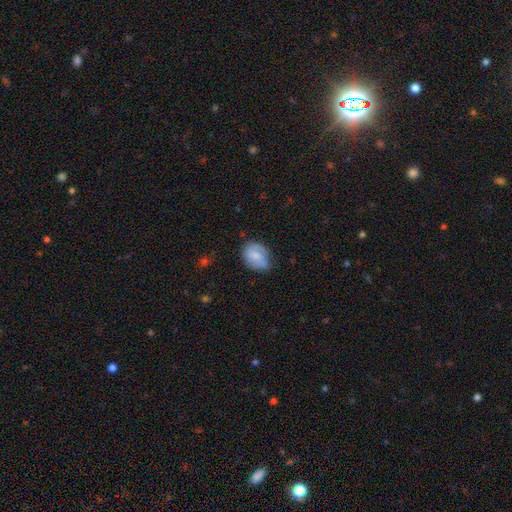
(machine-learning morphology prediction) The model was most divided on "merging": none: 62%, minor disturbance: 29%, major disturbance: 8%, merger: 2%. More confident: how rounded — in between (69%); smooth or featured — smooth (65%).